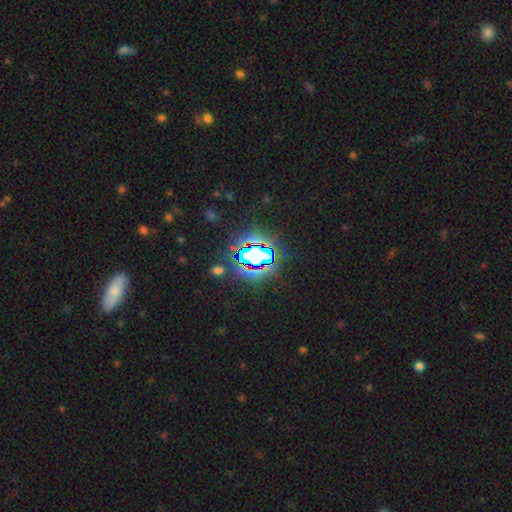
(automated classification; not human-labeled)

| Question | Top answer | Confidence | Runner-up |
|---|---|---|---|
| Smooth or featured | star or artifact | 76% | smooth (14%) |